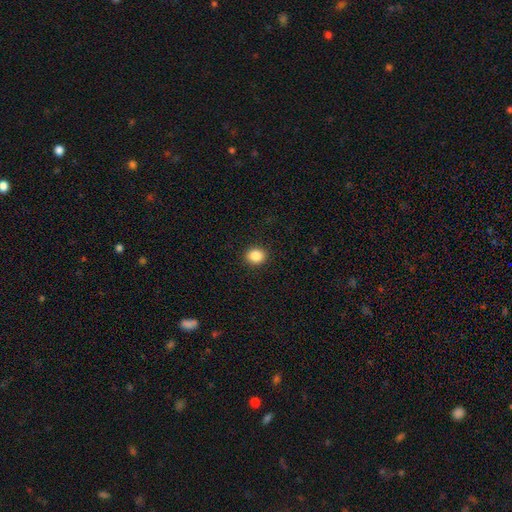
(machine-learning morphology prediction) Smooth or featured? Predicted: smooth (p=0.87). How rounded? Predicted: round (p=0.74). Merging? Predicted: none (p=0.91).